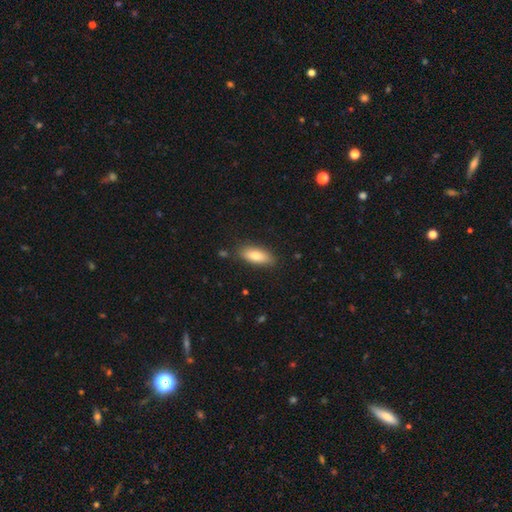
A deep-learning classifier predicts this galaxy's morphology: Smooth or featured: smooth — 78% (featured or disk — 15%)
How rounded: in between — 75% (cigar-shaped — 22%)
Merging: none — 84% (minor disturbance — 12%)